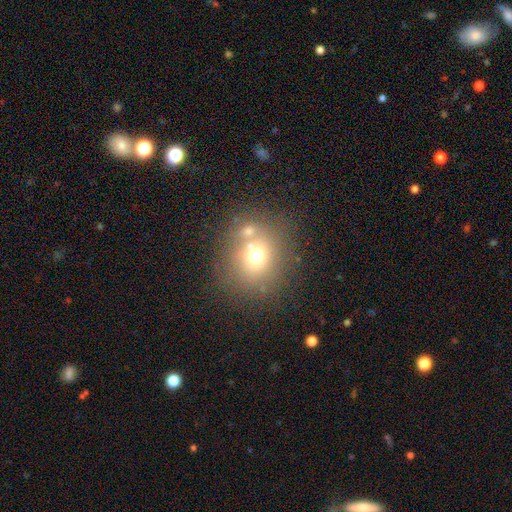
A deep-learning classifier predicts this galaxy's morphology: Q: Smooth or featured?
A: smooth (66%); runner-up: featured or disk (18%)
Q: How rounded?
A: round (77%); runner-up: in between (22%)
Q: Merging?
A: none (61%); runner-up: merger (21%)